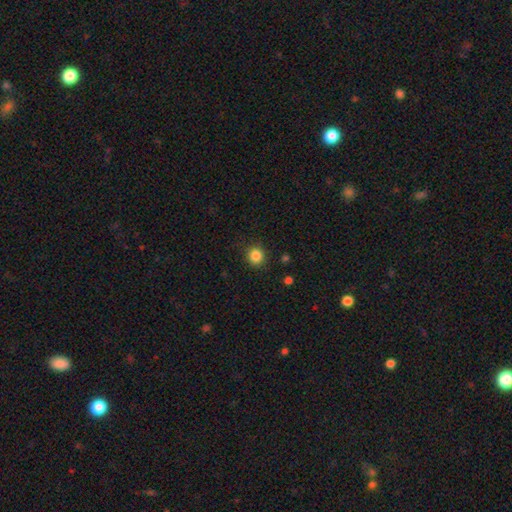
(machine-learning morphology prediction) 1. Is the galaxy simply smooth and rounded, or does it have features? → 85% smooth, 11% star or artifact, 4% featured or disk.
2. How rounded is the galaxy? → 90% round, 9% in between, 1% cigar-shaped.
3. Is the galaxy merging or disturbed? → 88% none, 8% minor disturbance, 3% major disturbance, 1% merger.